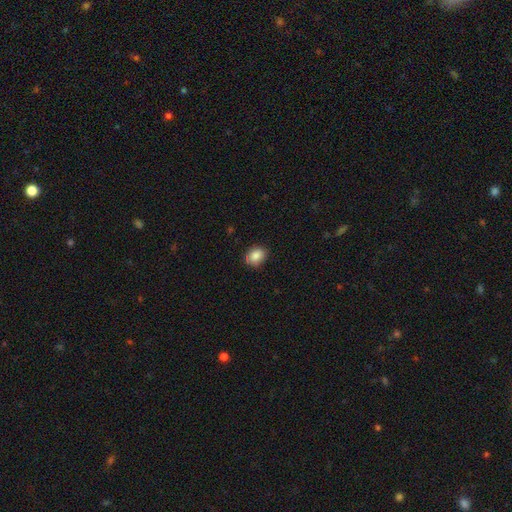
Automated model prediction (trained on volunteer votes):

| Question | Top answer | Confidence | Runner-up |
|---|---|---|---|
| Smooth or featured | smooth | 86% | star or artifact (8%) |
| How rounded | in between | 59% | round (40%) |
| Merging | none | 85% | minor disturbance (12%) |